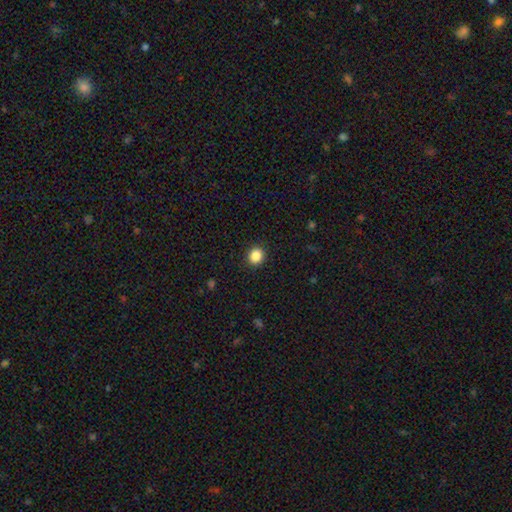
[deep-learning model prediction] Overall: smooth (86%). How rounded: round (84%). Merging: none (92%).